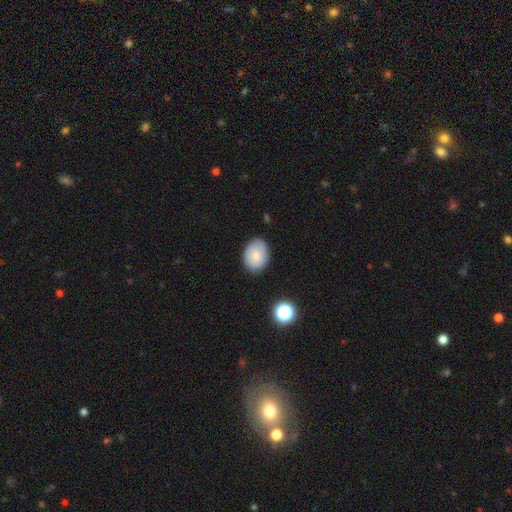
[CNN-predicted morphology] Smooth or featured? Predicted: smooth (p=0.78). How rounded? Predicted: in between (p=0.64). Merging? Predicted: none (p=0.81).